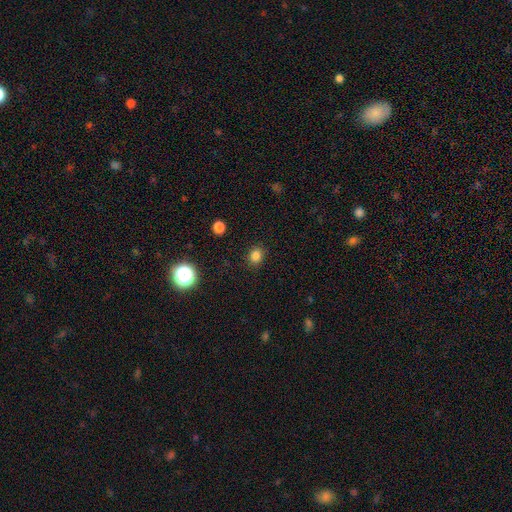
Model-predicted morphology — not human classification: Q: Smooth or featured?
A: smooth (81%); runner-up: star or artifact (14%)
Q: How rounded?
A: round (73%); runner-up: in between (26%)
Q: Merging?
A: none (89%); runner-up: minor disturbance (8%)